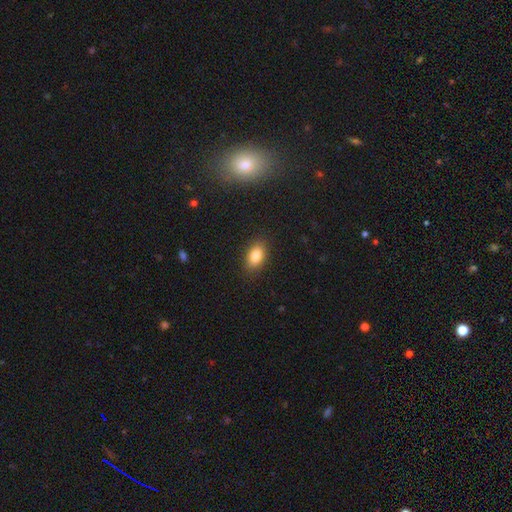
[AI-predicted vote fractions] Smooth or featured?
  - smooth: 83% *
  - star or artifact: 9%
  - featured or disk: 8%
How rounded?
  - in between: 87% *
  - round: 11%
  - cigar-shaped: 3%
Merging?
  - none: 87% *
  - minor disturbance: 9%
  - major disturbance: 2%
  - merger: 1%